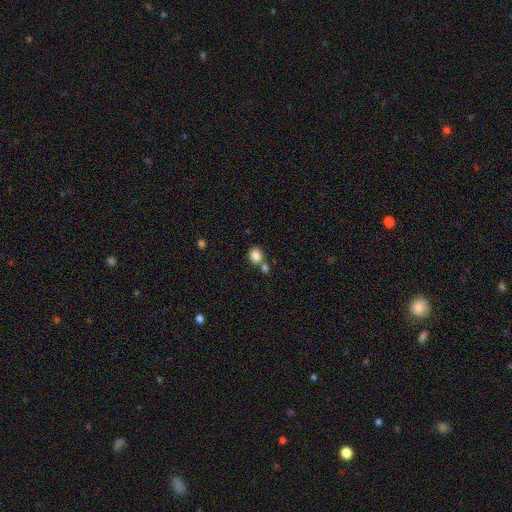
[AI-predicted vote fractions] Smooth or featured?
  - smooth: 84% *
  - star or artifact: 10%
  - featured or disk: 5%
How rounded?
  - round: 52% *
  - in between: 47%
  - cigar-shaped: 1%
Merging?
  - none: 60% *
  - merger: 25%
  - minor disturbance: 11%
  - major disturbance: 4%